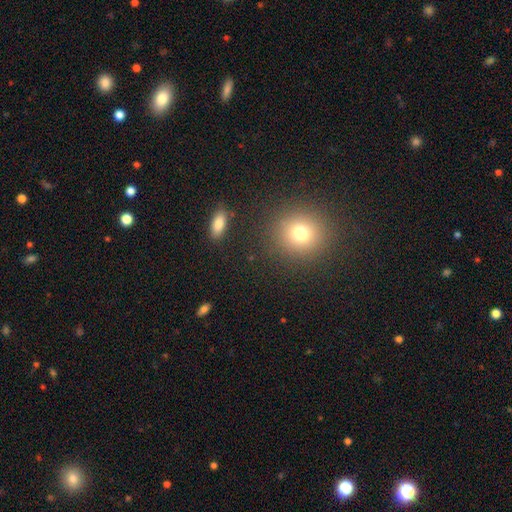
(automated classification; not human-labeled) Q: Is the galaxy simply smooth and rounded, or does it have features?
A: smooth — 62%.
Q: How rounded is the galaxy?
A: round — 86%.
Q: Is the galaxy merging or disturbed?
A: none — 90%.